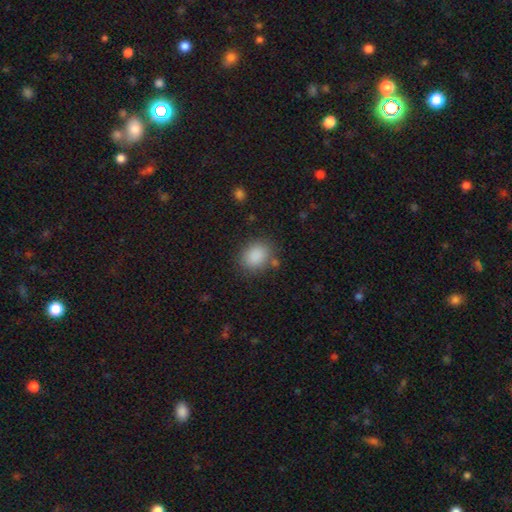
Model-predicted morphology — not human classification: This appears to be a smooth galaxy with no disk features (87%) that is in between round and cigar-shaped (54%). Merging: none (77%).